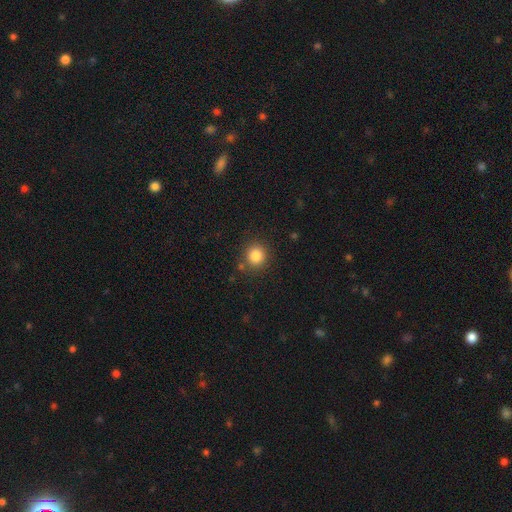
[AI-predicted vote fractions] smooth-or-featured: smooth: 84% | star or artifact: 11% | featured or disk: 5%
  how-rounded: round: 91% | in between: 9% | cigar-shaped: 1%
  merging: none: 84% | minor disturbance: 9% | merger: 4% | major disturbance: 3%